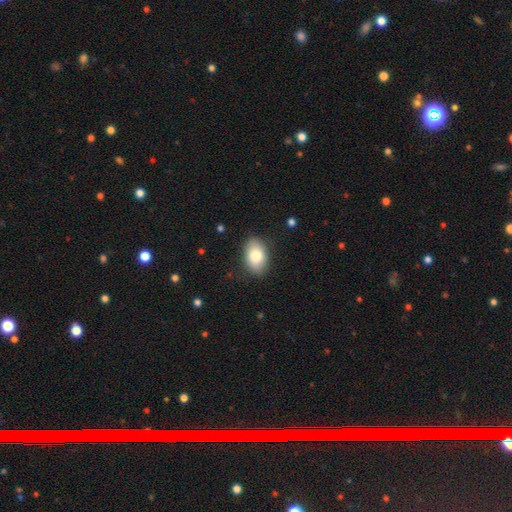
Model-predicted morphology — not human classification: smooth_or_featured: smooth (p=0.82) [alt: featured or disk p=0.11]
how_rounded: in between (p=0.89) [alt: round p=0.10]
merging: none (p=0.85) [alt: minor disturbance p=0.11]